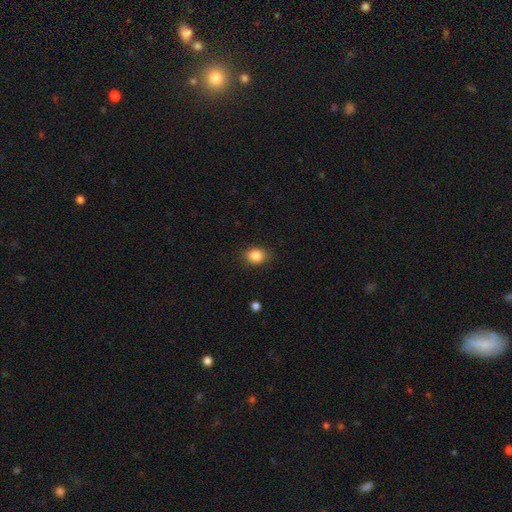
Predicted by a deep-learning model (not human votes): This is clearly a smooth galaxy (86%). How rounded: possibly in between (54%). Merging: clearly none (86%).